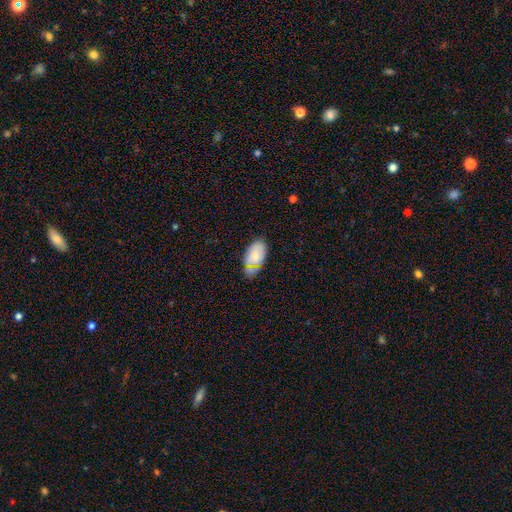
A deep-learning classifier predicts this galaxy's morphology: smooth-or-featured: smooth: 74% | featured or disk: 18% | star or artifact: 8%
  how-rounded: in between: 94% | round: 5% | cigar-shaped: 2%
  merging: none: 69% | minor disturbance: 21% | merger: 6% | major disturbance: 4%